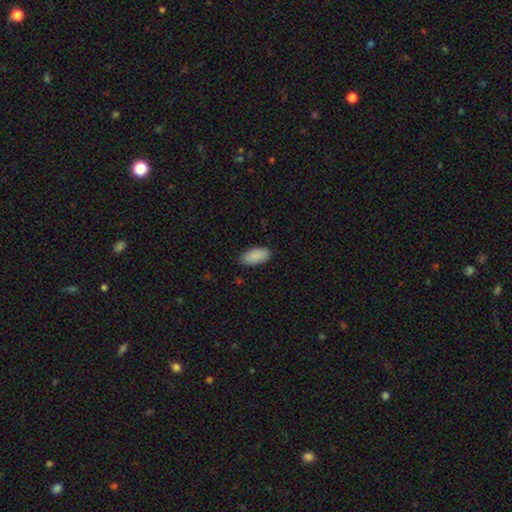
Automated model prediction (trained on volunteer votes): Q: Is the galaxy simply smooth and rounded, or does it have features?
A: smooth — 90%.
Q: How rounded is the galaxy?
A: in between — 93%.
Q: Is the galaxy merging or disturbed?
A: none — 84%.